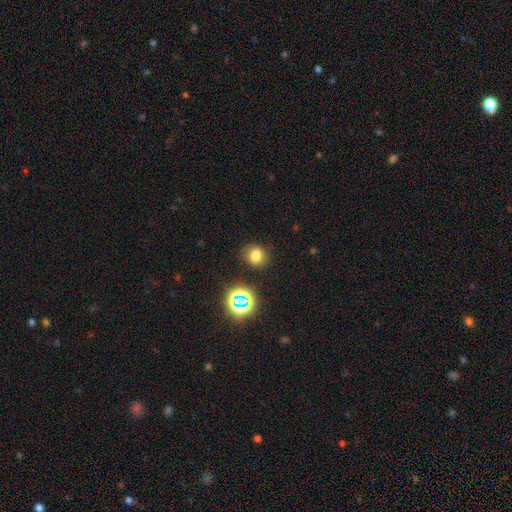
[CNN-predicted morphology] Smooth or featured: smooth — 72% (star or artifact — 19%)
How rounded: round — 68% (in between — 31%)
Merging: none — 82% (minor disturbance — 12%)